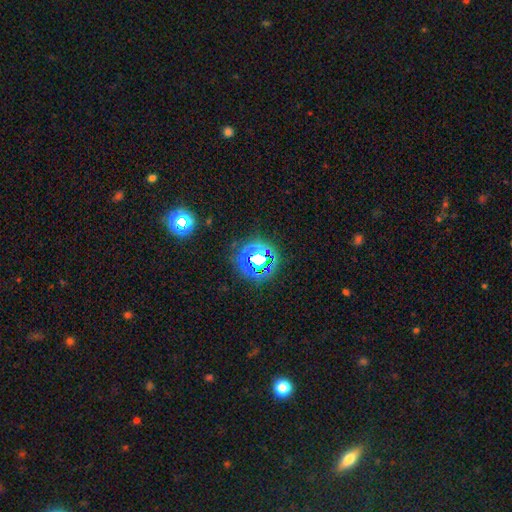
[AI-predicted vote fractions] smooth_or_featured: star or artifact (p=0.62) [alt: smooth p=0.26]